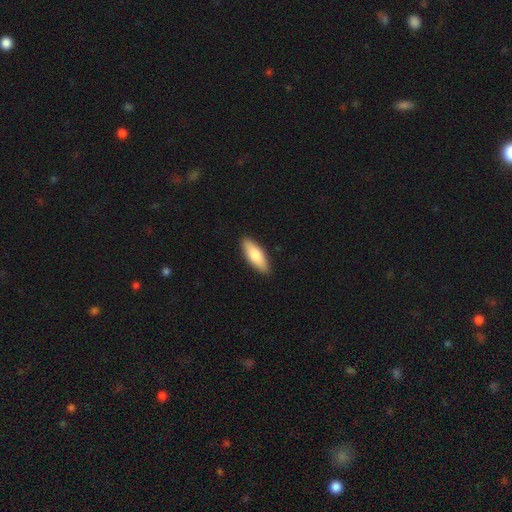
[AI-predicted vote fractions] Smooth or featured?
  - smooth: 77% *
  - featured or disk: 17%
  - star or artifact: 5%
How rounded?
  - in between: 66% *
  - cigar-shaped: 32%
  - round: 2%
Merging?
  - none: 89% *
  - minor disturbance: 8%
  - major disturbance: 2%
  - merger: 1%